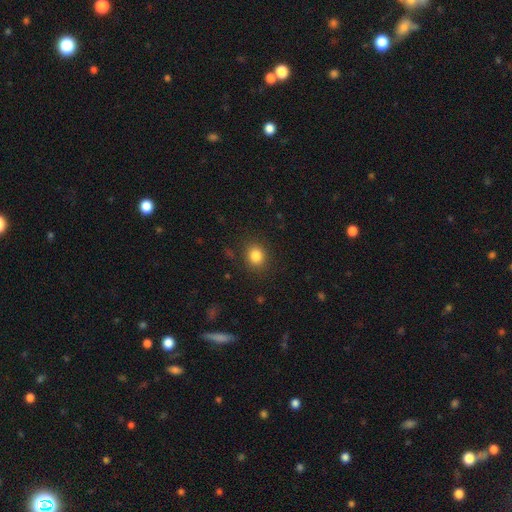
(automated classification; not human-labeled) smooth_or_featured: smooth (p=0.84) [alt: star or artifact p=0.11]
how_rounded: round (p=0.67) [alt: in between p=0.32]
merging: none (p=0.86) [alt: minor disturbance p=0.09]